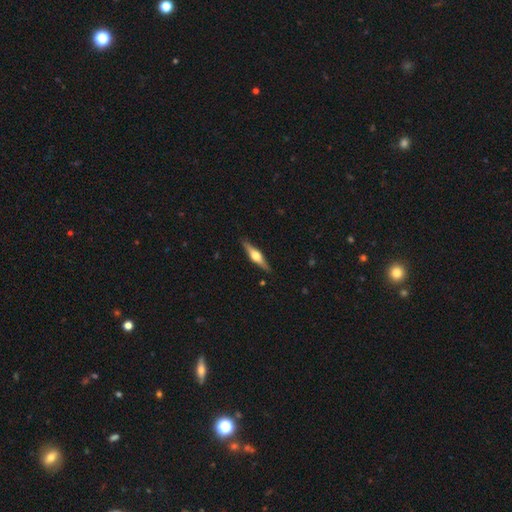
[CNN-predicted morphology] The model was most divided on "smooth or featured": featured or disk: 71%, smooth: 24%, star or artifact: 5%. More confident: edge-on disk — yes (97%); edge-on bulge — rounded (92%); merging — none (89%).